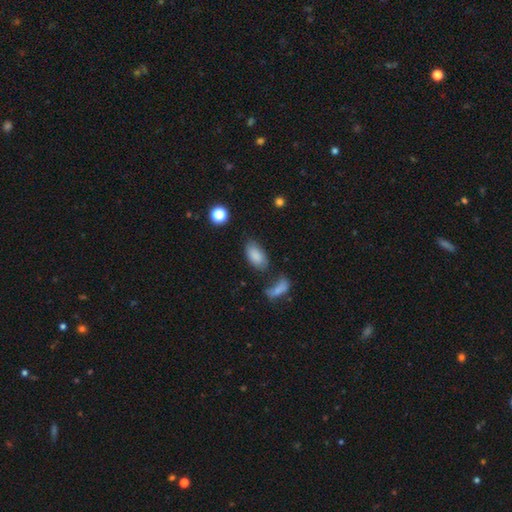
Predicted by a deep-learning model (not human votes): smooth-or-featured: smooth: 84% | star or artifact: 8% | featured or disk: 8%
  how-rounded: in between: 93% | round: 4% | cigar-shaped: 3%
  merging: none: 65% | minor disturbance: 18% | merger: 10% | major disturbance: 6%